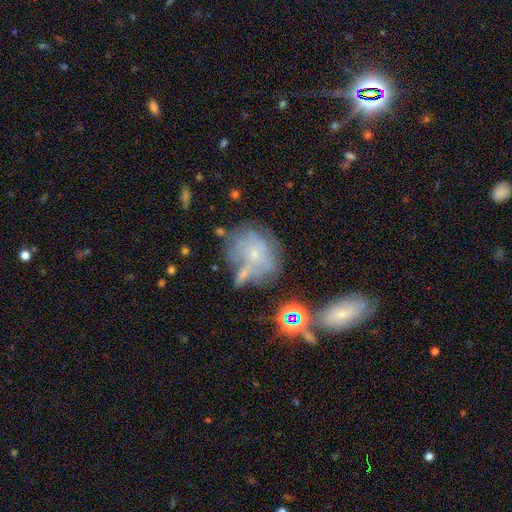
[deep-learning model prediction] smooth-or-featured: featured or disk: 52% | smooth: 30% | star or artifact: 18%
  disk-edge-on: no: 96% | yes: 4%
  merging: none: 48% | minor disturbance: 21% | major disturbance: 16% | merger: 15%